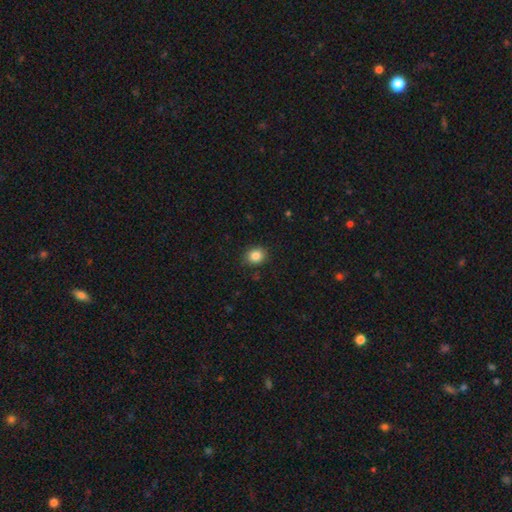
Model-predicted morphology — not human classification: Smooth or featured? smooth (85%)
How rounded? round (67%)
Merging? none (86%)